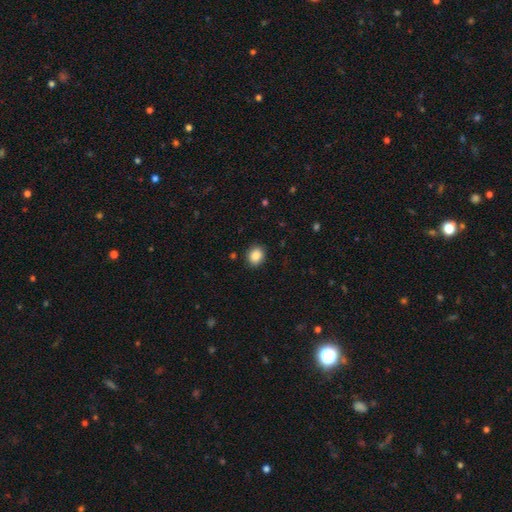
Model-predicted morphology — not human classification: Q: Smooth or featured?
A: smooth (87%); runner-up: star or artifact (9%)
Q: How rounded?
A: round (64%); runner-up: in between (35%)
Q: Merging?
A: none (89%); runner-up: minor disturbance (8%)